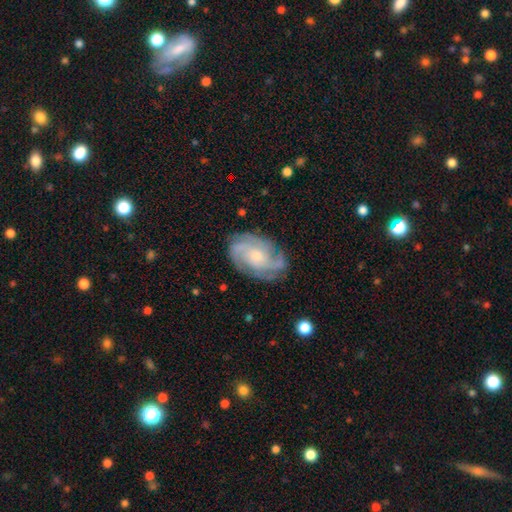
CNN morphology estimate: A featured or disk galaxy (85%) with no bar (71%), 3 (34%) tight (55%) spiral arms (97%) and a small central bulge (52%). Merging: none (78%).